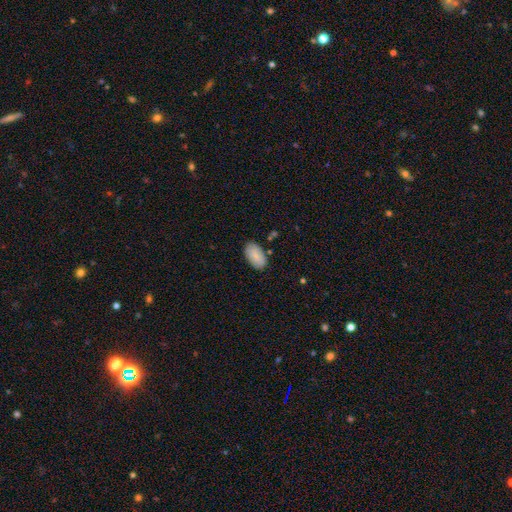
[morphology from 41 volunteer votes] Q: Smooth or featured?
A: smooth (85%); runner-up: featured or disk (10%)
Q: How rounded?
A: in between (100%)
Q: Merging?
A: none (90%); runner-up: minor disturbance (10%)